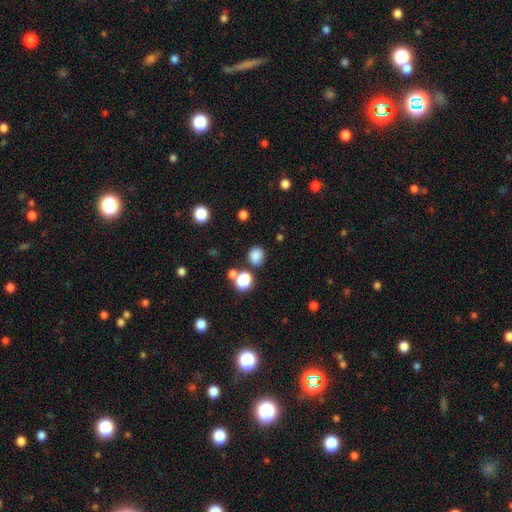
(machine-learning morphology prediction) Smooth or featured?
  - smooth: 82% *
  - star or artifact: 14%
  - featured or disk: 4%
How rounded?
  - round: 81% *
  - in between: 18%
  - cigar-shaped: 1%
Merging?
  - none: 80% *
  - minor disturbance: 10%
  - merger: 7%
  - major disturbance: 3%